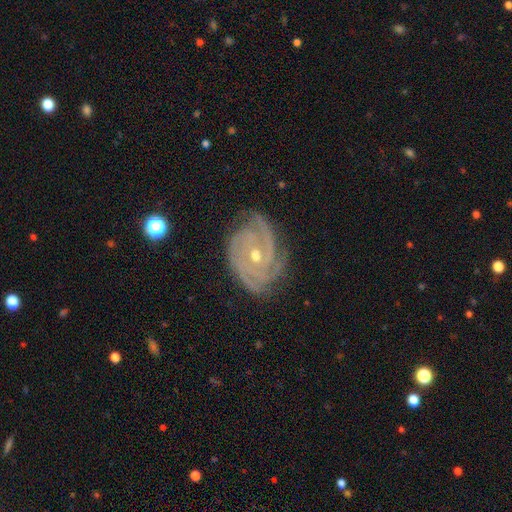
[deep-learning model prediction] A featured or disk galaxy (91%) with no bar (67%), 3 (38%) tight (77%) spiral arms (98%) and a small central bulge (51%). Merging: none (76%).